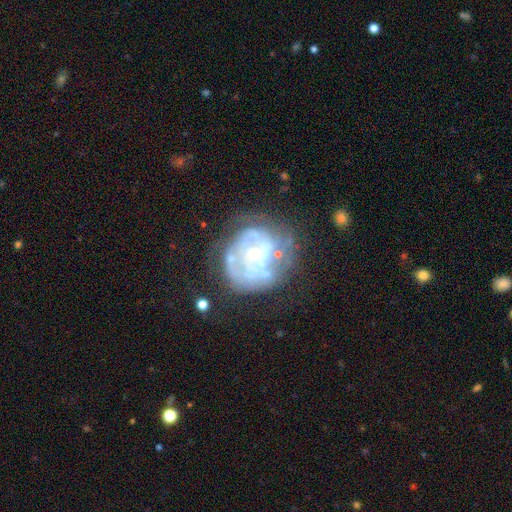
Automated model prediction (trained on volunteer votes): A featured or disk galaxy (74%) with no bar (81%), no spiral arms (52%) and a small central bulge (56%). Merging: none (49%).